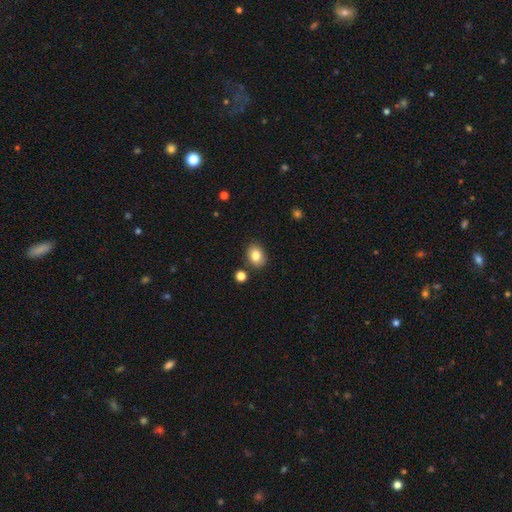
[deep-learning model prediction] Smooth or featured: smooth — 82% (star or artifact — 9%)
How rounded: in between — 64% (round — 35%)
Merging: none — 82% (minor disturbance — 10%)